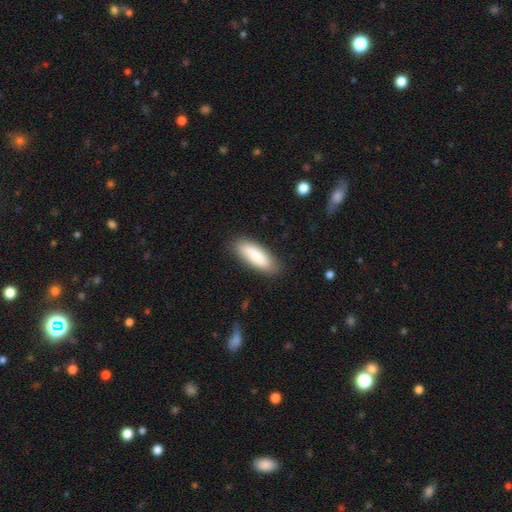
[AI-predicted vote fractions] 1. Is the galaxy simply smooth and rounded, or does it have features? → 85% smooth, 10% featured or disk, 6% star or artifact.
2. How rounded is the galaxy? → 64% in between, 34% cigar-shaped, 2% round.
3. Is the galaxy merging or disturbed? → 85% none, 11% minor disturbance, 2% major disturbance, 1% merger.